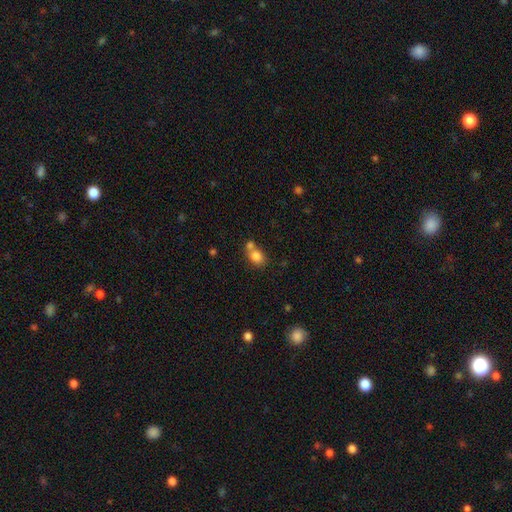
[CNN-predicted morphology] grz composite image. It shows a smooth galaxy with no disk features (82%) that is round (51%). Merging: none (44%).